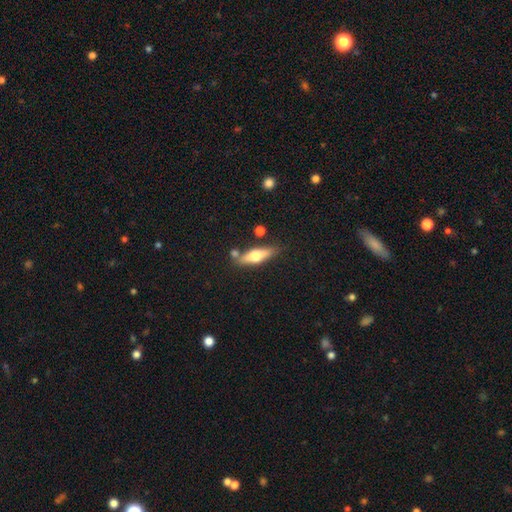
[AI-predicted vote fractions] This is possibly a featured or disk galaxy (47%, tied with smooth). Merging: likely none (74%).